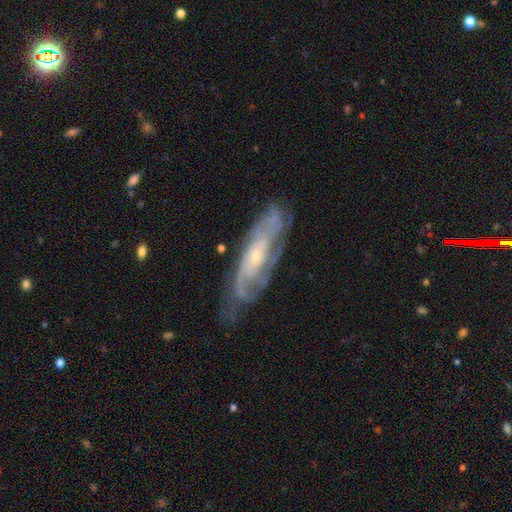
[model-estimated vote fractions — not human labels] Smooth or featured? Predicted: featured or disk (p=0.83). Edge-on disk? Predicted: no (p=0.82). Bar? Predicted: no (p=0.64). Spiral arms? Predicted: yes (p=0.93). Spiral winding? Predicted: tight (p=0.58). Spiral arm count? Predicted: can't tell (p=0.39). Bulge size? Predicted: small (p=0.65). Merging? Predicted: none (p=0.69).